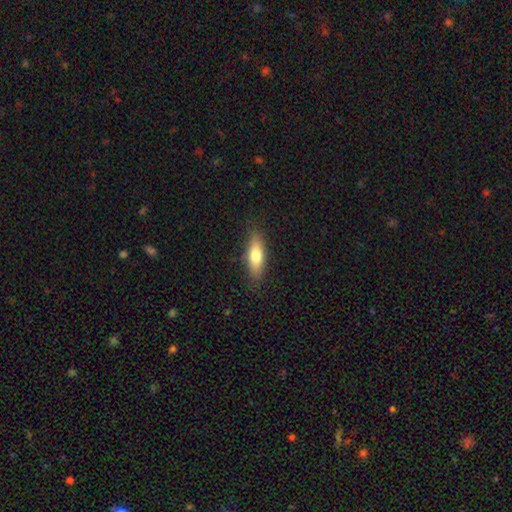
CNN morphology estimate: Overall: smooth (71%). How rounded: in between (53%; cigar-shaped 45%). Merging: none (85%).